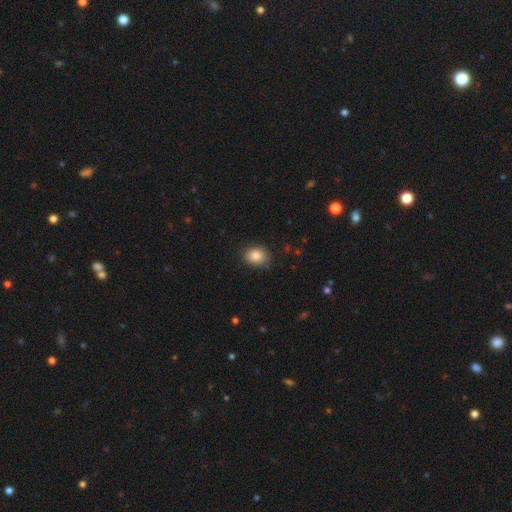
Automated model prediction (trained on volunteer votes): smooth 85%, star or artifact 9%, featured or disk 6%. Down the decision tree: how rounded — in between (53%); merging — none (83%).